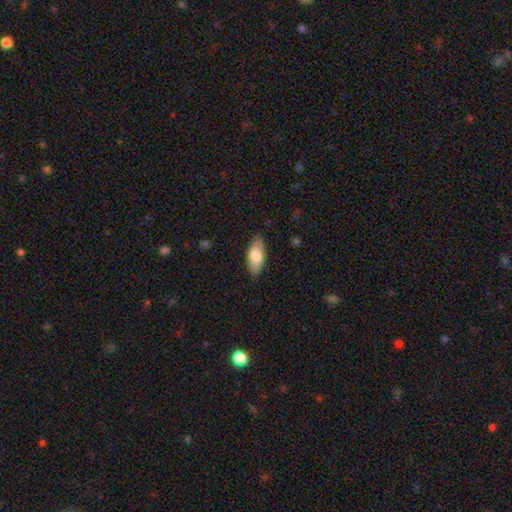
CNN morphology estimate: This appears to be a smooth galaxy with no disk features (80%) that is in between round and cigar-shaped (86%). Merging: none (84%).